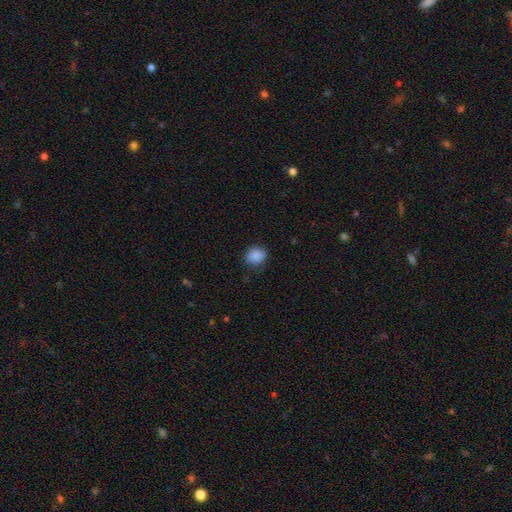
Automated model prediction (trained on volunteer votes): The model was most divided on "how rounded": round: 70%, in between: 29%, cigar-shaped: 1%. More confident: smooth or featured — smooth (88%); merging — none (80%).